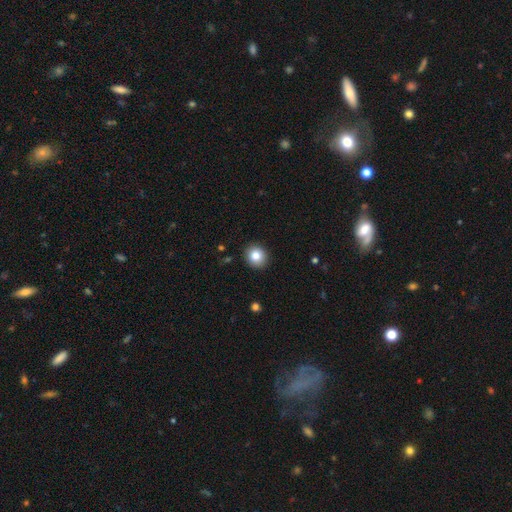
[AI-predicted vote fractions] smooth 83%, star or artifact 9%, featured or disk 7%. Down the decision tree: how rounded — round (84%); merging — none (92%).